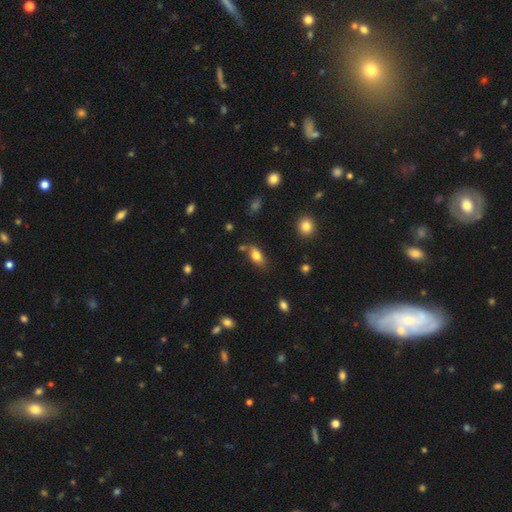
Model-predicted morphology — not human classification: Q: Smooth or featured?
A: smooth (78%); runner-up: featured or disk (14%)
Q: How rounded?
A: in between (87%); runner-up: cigar-shaped (7%)
Q: Merging?
A: none (68%); runner-up: minor disturbance (18%)